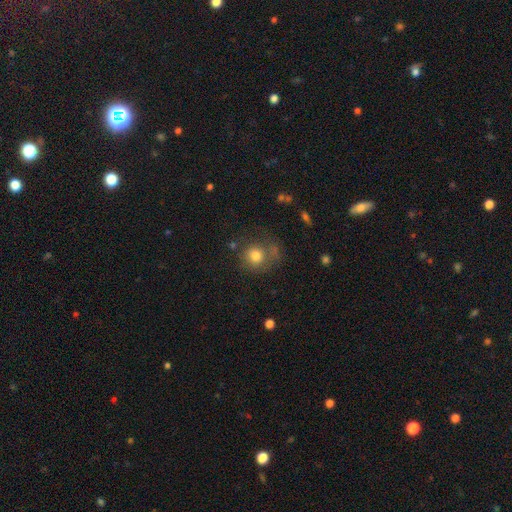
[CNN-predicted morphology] smooth-or-featured: smooth: 76% | featured or disk: 13% | star or artifact: 11%
  how-rounded: round: 85% | in between: 14% | cigar-shaped: 1%
  merging: none: 59% | minor disturbance: 19% | major disturbance: 14% | merger: 8%